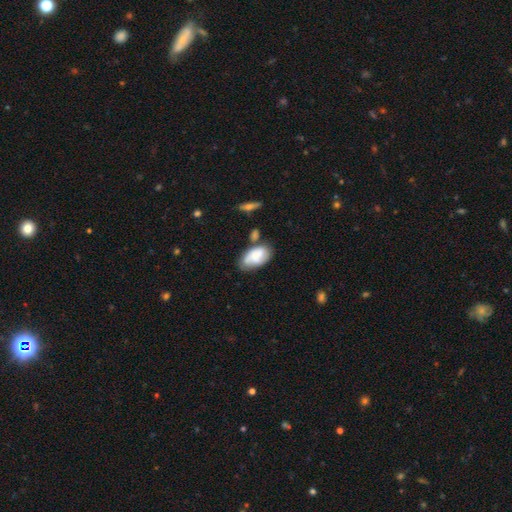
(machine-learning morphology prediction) Q: Smooth or featured?
A: smooth (72%); runner-up: featured or disk (21%)
Q: How rounded?
A: in between (94%); runner-up: round (4%)
Q: Merging?
A: none (51%); runner-up: minor disturbance (27%)